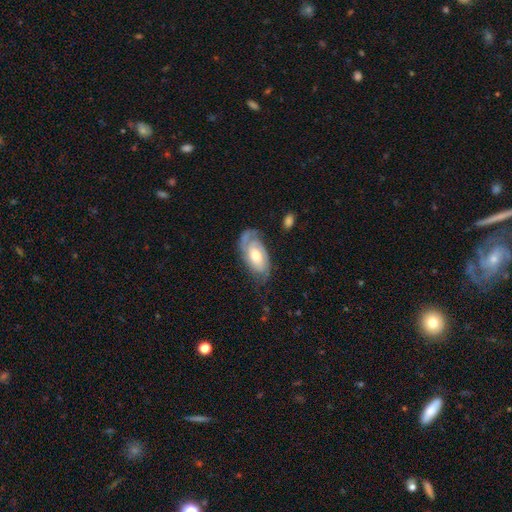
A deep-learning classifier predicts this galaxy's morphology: Overall: featured or disk (71%). Edge-on disk: no (94%). Bar: no (66%; weak 28%). Spiral arms: yes (89%). Spiral arm count: 2 (42%; 1 28%). Spiral winding: tight (55%; medium 32%). Bulge size: moderate (66%). Merging: none (59%; minor disturbance 24%).